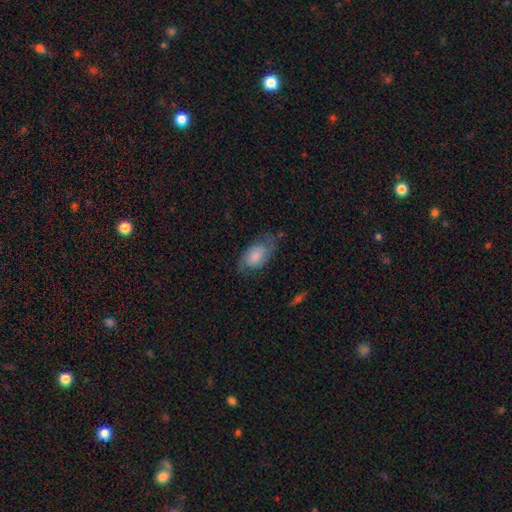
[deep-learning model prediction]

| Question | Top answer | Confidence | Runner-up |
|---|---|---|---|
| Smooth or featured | smooth | 51% | featured or disk (41%) |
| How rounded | in between | 90% | round (8%) |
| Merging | none | 59% | minor disturbance (26%) |